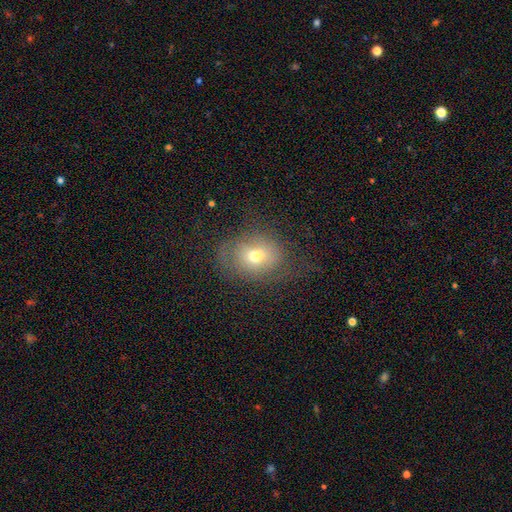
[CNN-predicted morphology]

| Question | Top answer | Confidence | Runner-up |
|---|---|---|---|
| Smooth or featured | smooth | 63% | featured or disk (24%) |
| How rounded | in between | 50% | round (49%) |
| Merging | none | 56% | minor disturbance (23%) |